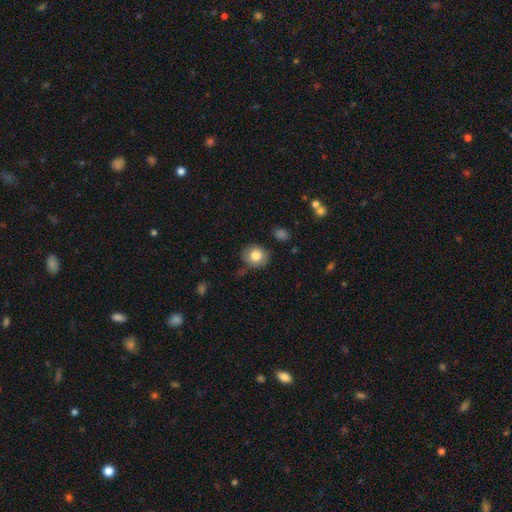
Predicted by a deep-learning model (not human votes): Smooth or featured? Predicted: smooth (p=0.81). How rounded? Predicted: round (p=0.78). Merging? Predicted: none (p=0.78).